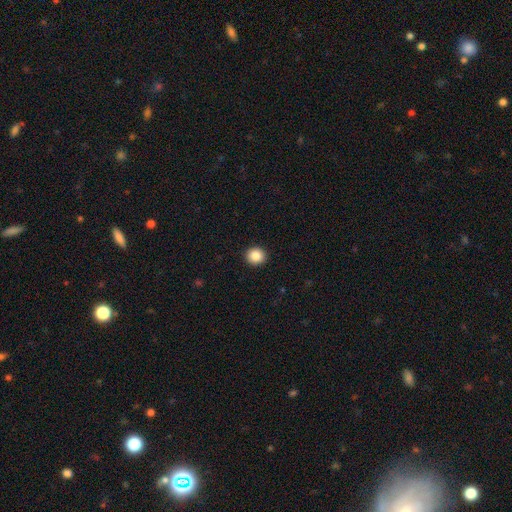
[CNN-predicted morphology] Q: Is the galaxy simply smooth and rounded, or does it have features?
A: smooth — 87%.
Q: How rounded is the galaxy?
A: round — 89%.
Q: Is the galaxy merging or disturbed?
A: none — 93%.